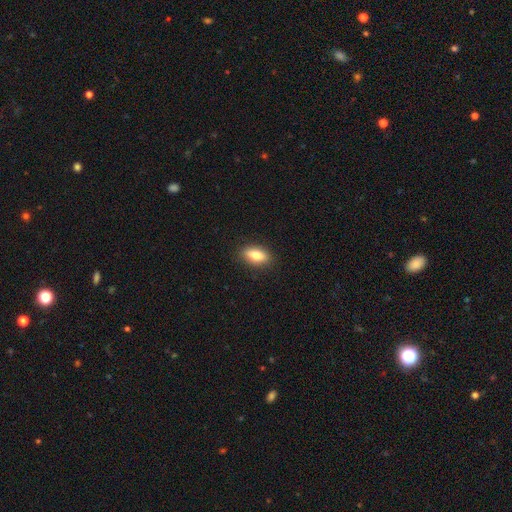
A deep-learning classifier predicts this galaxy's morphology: Q: Smooth or featured?
A: smooth (76%); runner-up: featured or disk (17%)
Q: How rounded?
A: in between (82%); runner-up: cigar-shaped (12%)
Q: Merging?
A: none (89%); runner-up: minor disturbance (8%)